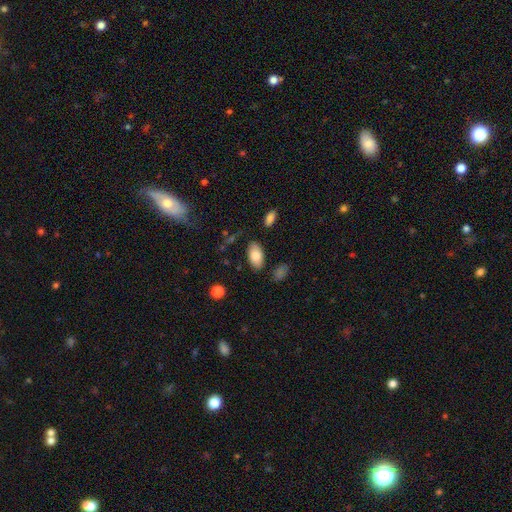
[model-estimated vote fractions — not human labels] Morphology: type=smooth (83%); roundness=in between (95%); merging=none (83%).